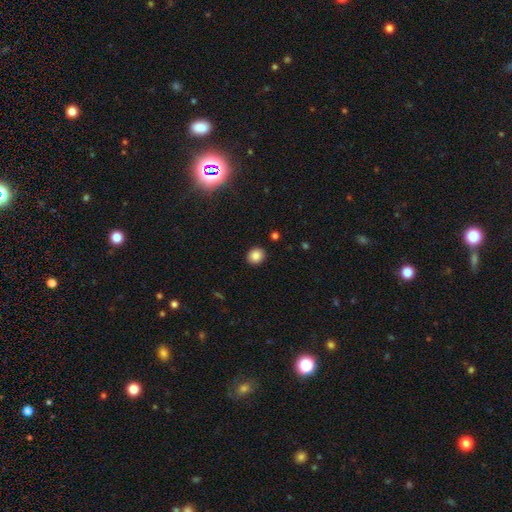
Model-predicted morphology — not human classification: Smooth or featured? smooth (86%)
How rounded? round (77%)
Merging? none (91%)